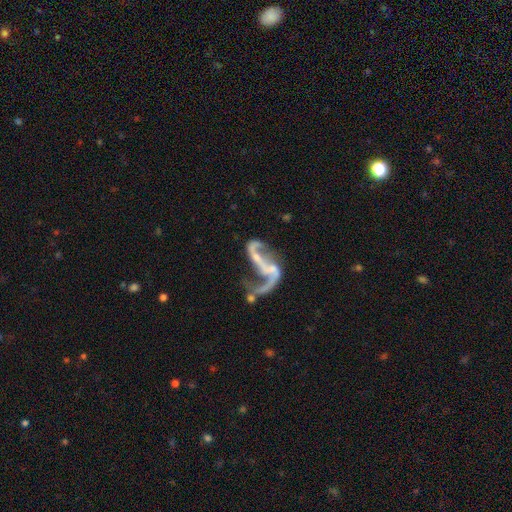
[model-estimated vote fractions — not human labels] Smooth or featured? Predicted: featured or disk (p=0.86). Edge-on disk? Predicted: no (p=0.96). Bar? Predicted: strong (p=0.37). Spiral arms? Predicted: yes (p=0.88). Spiral winding? Predicted: loose (p=0.86). Spiral arm count? Predicted: 2 (p=0.83). Bulge size? Predicted: small (p=0.44). Merging? Predicted: major disturbance (p=0.34).